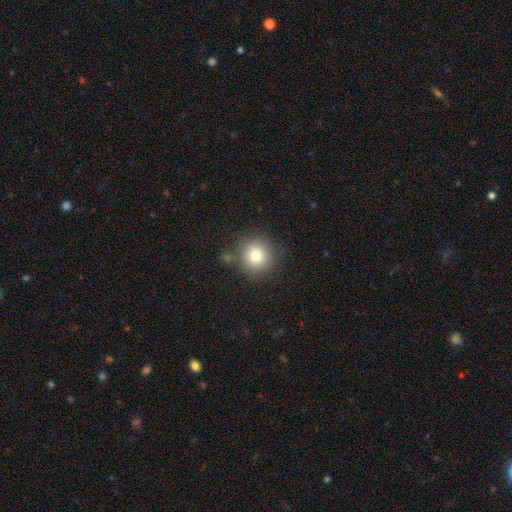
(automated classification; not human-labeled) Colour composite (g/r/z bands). It shows a smooth galaxy with no disk features (78%) that is round (93%). Merging: none (80%).